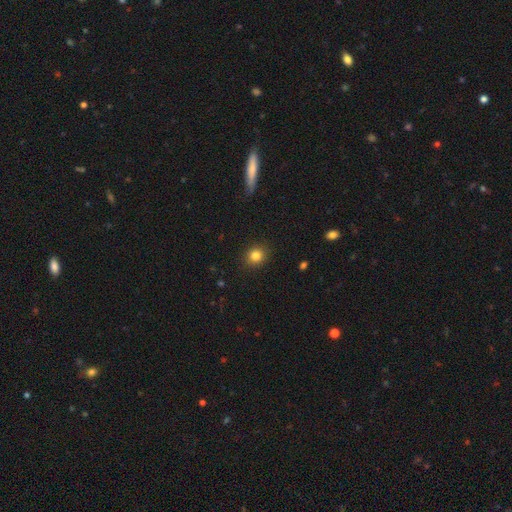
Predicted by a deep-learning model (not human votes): smooth-or-featured: smooth: 83% | star or artifact: 11% | featured or disk: 6%
  how-rounded: round: 79% | in between: 20% | cigar-shaped: 1%
  merging: none: 90% | minor disturbance: 7% | major disturbance: 2% | merger: 1%